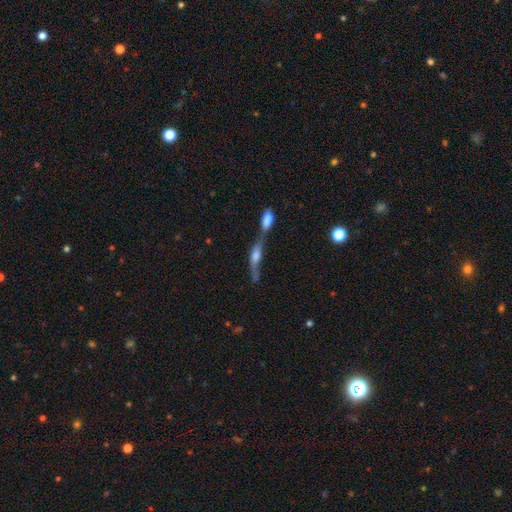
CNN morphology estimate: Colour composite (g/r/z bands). It shows a featured or disk galaxy (56%) viewed edge-on (63%). Merging: merger (66%).